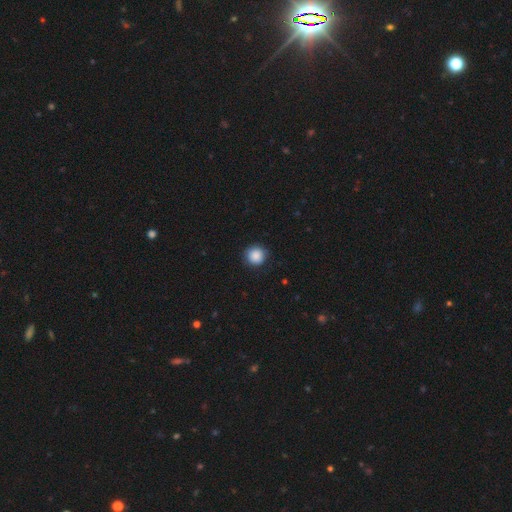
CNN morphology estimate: Overall: smooth (88%). How rounded: round (94%). Merging: none (88%).